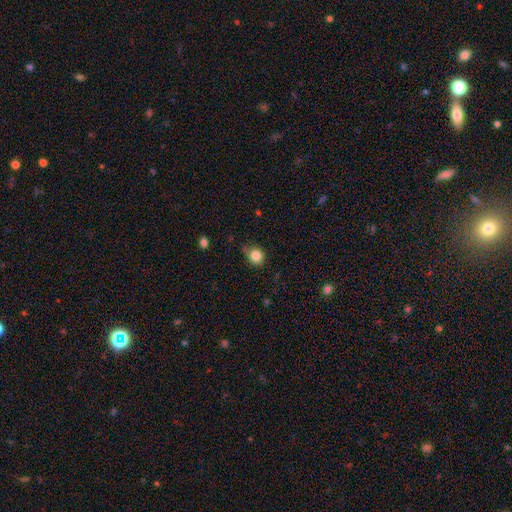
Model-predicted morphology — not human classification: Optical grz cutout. It shows a smooth galaxy with no disk features (83%) that is round (78%). Merging: none (64%).